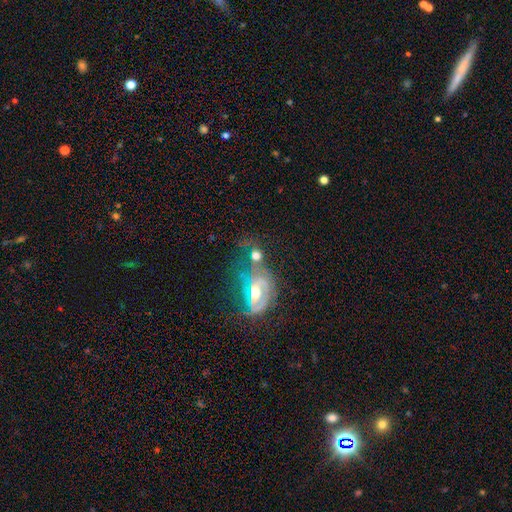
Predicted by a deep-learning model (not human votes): A smooth galaxy with no disk features (45%). Merging: none (46%).